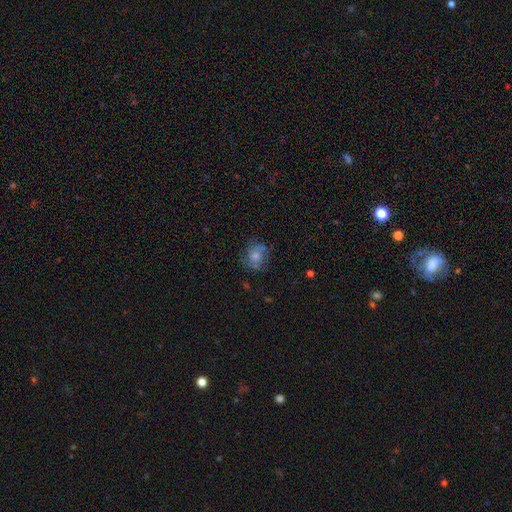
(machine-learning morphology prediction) smooth_or_featured: smooth (p=0.59) [alt: featured or disk p=0.30]
how_rounded: round (p=0.68) [alt: in between p=0.31]
merging: none (p=0.60) [alt: minor disturbance p=0.23]